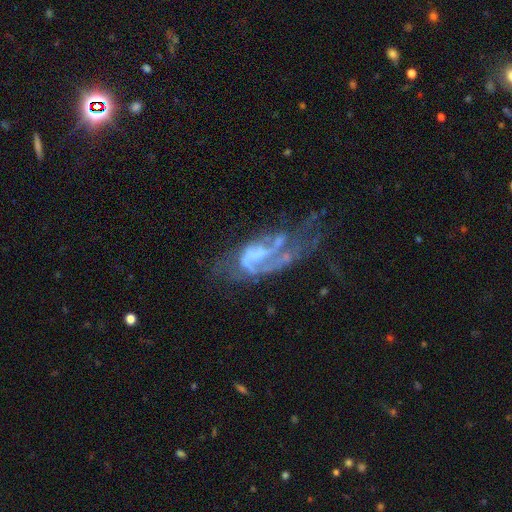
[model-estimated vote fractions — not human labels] Morphology: type=featured or disk (76%); edge-on=no (96%); bar=no (57%); spiral arms=yes (72%); winding=loose (40%); arm count=1 (38%); bulge=none (50%); merging=major disturbance (45%).